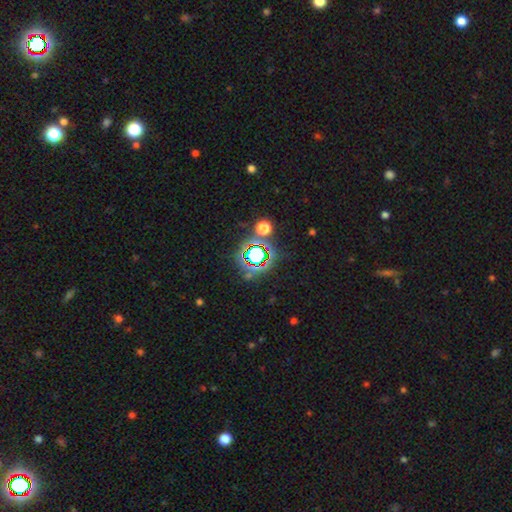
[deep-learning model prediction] A star or artifact, not a galaxy (65%).